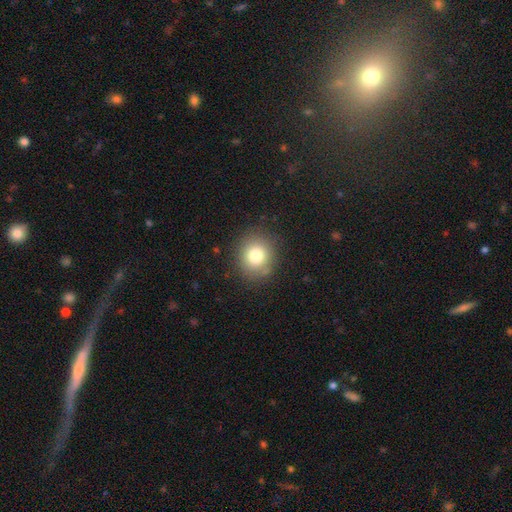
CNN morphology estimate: Smooth or featured? Predicted: smooth (p=0.79). How rounded? Predicted: round (p=0.81). Merging? Predicted: none (p=0.85).